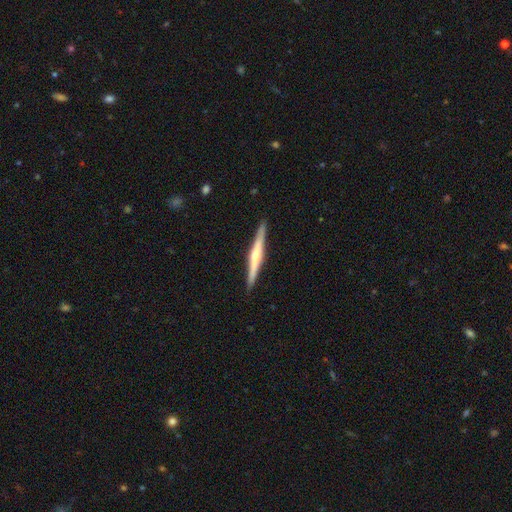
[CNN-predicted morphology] This is likely a featured or disk galaxy (68%). It is clearly viewed edge-on (98%). Edge-on bulge: likely rounded (73%). Merging: clearly none (91%).